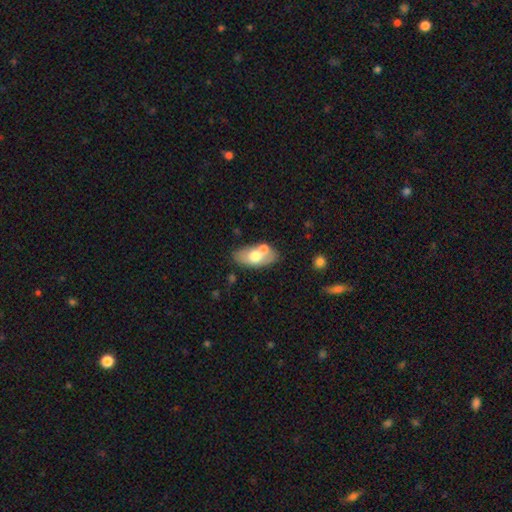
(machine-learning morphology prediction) Overall: smooth (62%; featured or disk 32%). How rounded: in between (90%). Merging: none (61%).